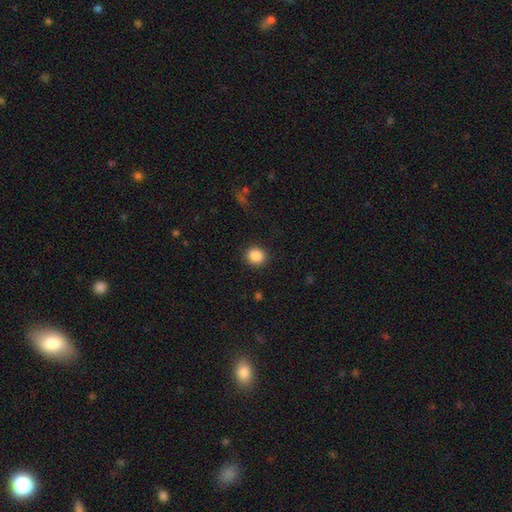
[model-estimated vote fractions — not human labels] Smooth or featured? Predicted: smooth (p=0.87). How rounded? Predicted: round (p=0.84). Merging? Predicted: none (p=0.90).